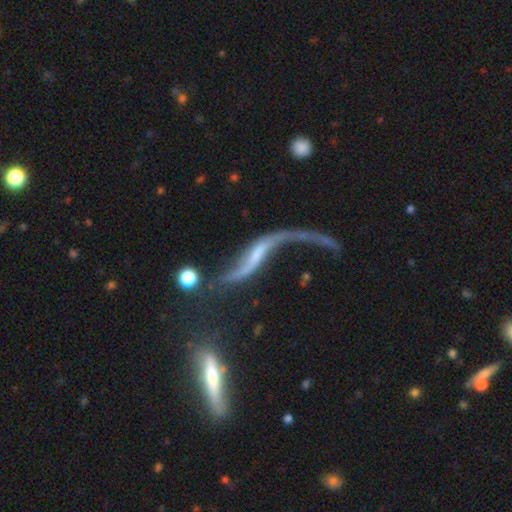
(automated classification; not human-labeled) Q: Smooth or featured?
A: featured or disk (82%); runner-up: smooth (10%)
Q: Edge-on disk?
A: no (87%); runner-up: yes (13%)
Q: Bar?
A: weak (37%); runner-up: no (35%)
Q: Spiral arms?
A: yes (87%); runner-up: no (13%)
Q: Spiral winding?
A: loose (96%); runner-up: medium (3%)
Q: Spiral arm count?
A: 2 (85%); runner-up: 1 (10%)
Q: Bulge size?
A: small (41%); runner-up: none (40%)
Q: Merging?
A: none (36%); runner-up: major disturbance (30%)